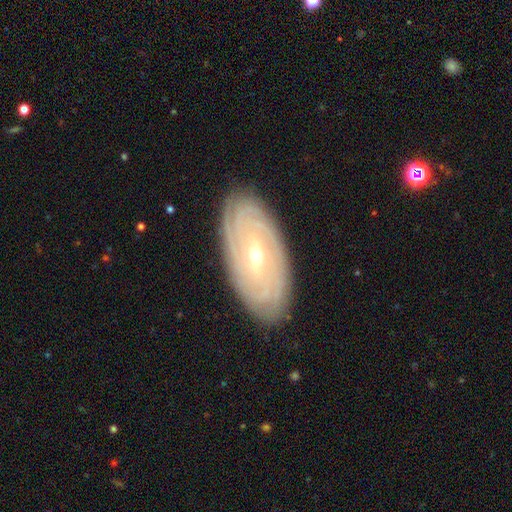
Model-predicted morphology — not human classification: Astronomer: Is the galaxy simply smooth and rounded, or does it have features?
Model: featured or disk — 84%.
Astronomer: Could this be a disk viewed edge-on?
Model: no — 93%.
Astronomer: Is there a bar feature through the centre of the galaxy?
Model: no — 42% (runner-up: weak, 40%).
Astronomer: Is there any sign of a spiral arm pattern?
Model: yes — 95%.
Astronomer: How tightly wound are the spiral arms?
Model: tight — 86%.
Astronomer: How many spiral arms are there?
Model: can't tell — 41% (runner-up: 4, 17%).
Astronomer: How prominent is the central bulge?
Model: small — 50% (runner-up: moderate, 47%).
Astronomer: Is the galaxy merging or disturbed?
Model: none — 86%.